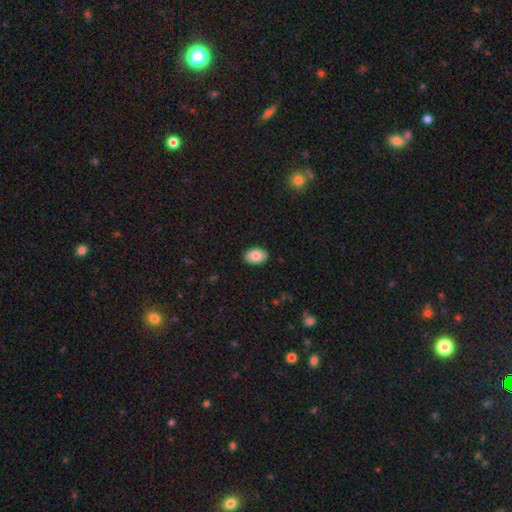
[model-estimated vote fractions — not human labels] A smooth galaxy with no disk features (87%) that is in between round and cigar-shaped (89%).

Vote fractions:
- Smooth or featured? smooth: 87% / star or artifact: 7% / featured or disk: 6%
- How rounded? in between: 89% / round: 10% / cigar-shaped: 1%
- Merging? none: 89% / minor disturbance: 8% / major disturbance: 2% / merger: 1%